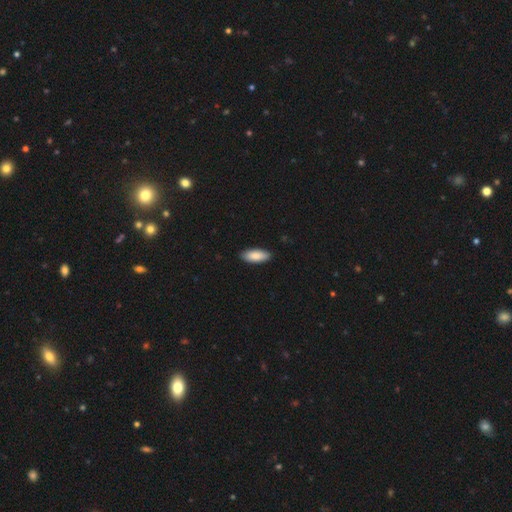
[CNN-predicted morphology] The model was most divided on "how rounded": in between: 79%, cigar-shaped: 19%, round: 2%. More confident: merging — none (89%); smooth or featured — smooth (87%).